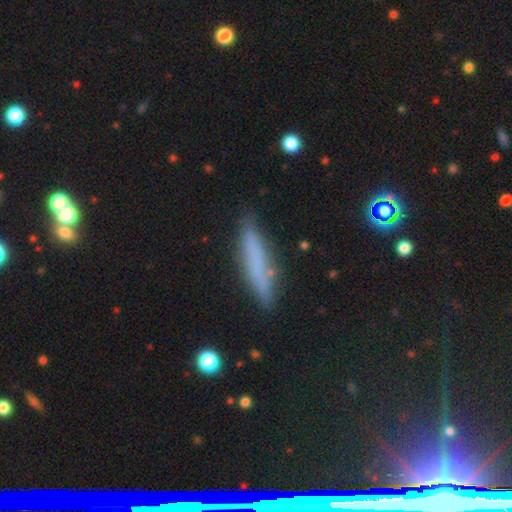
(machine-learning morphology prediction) smooth 58%, featured or disk 28%, star or artifact 14%. Down the decision tree: how rounded — cigar-shaped (86%); merging — none (80%).